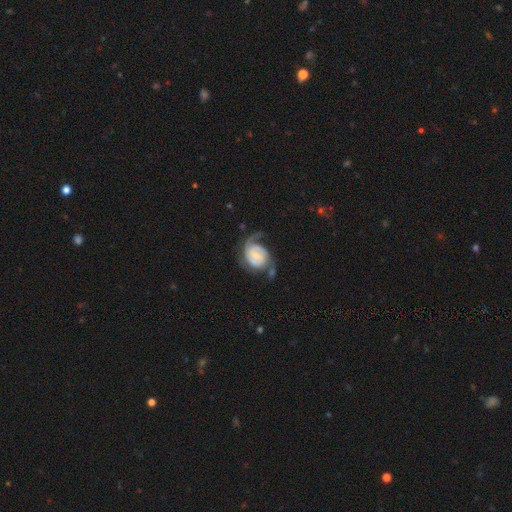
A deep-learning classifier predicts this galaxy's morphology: smooth_or_featured: featured or disk (p=0.75) [alt: smooth p=0.19]
disk_edge_on: no (p=0.98) [alt: yes p=0.02]
bar: no (p=0.53) [alt: weak p=0.37]
has_spiral_arms: yes (p=0.92) [alt: no p=0.08]
spiral_winding: tight (p=0.42) [alt: medium p=0.36]
spiral_arm_count: 2 (p=0.47) [alt: 1 p=0.32]
bulge_size: small (p=0.57) [alt: moderate p=0.22]
merging: none (p=0.41) [alt: major disturbance p=0.31]